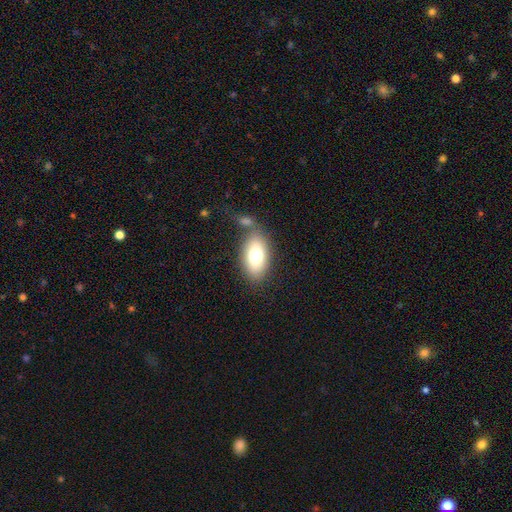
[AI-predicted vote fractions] Smooth or featured? Predicted: smooth (p=0.73). How rounded? Predicted: in between (p=0.90). Merging? Predicted: none (p=0.63).